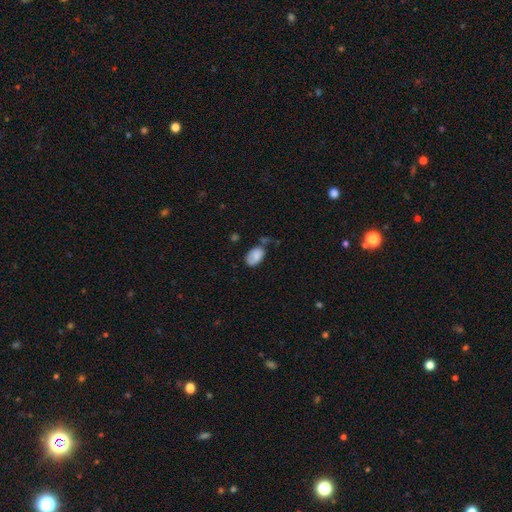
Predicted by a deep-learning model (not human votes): A smooth galaxy with no disk features (78%) that is in between round and cigar-shaped (89%). Merging: none (45%).